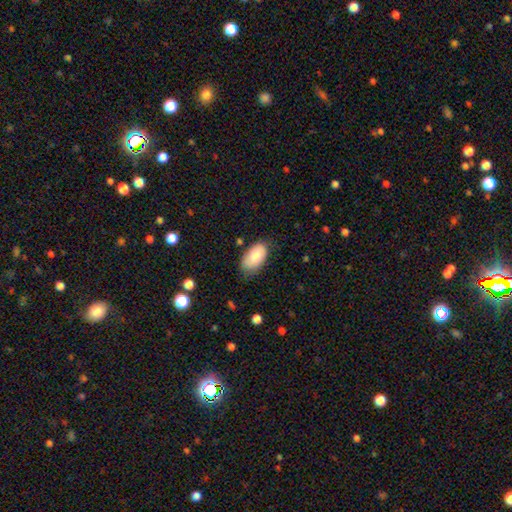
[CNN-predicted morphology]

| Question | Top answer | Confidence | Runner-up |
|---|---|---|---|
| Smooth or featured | smooth | 77% | featured or disk (16%) |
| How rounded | in between | 95% | round (4%) |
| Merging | none | 68% | minor disturbance (25%) |